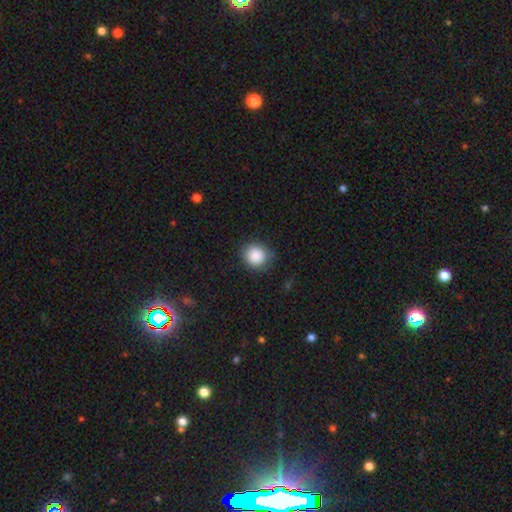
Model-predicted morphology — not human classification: This appears to be a smooth galaxy with no disk features (88%) that is round (83%). Merging: none (83%).